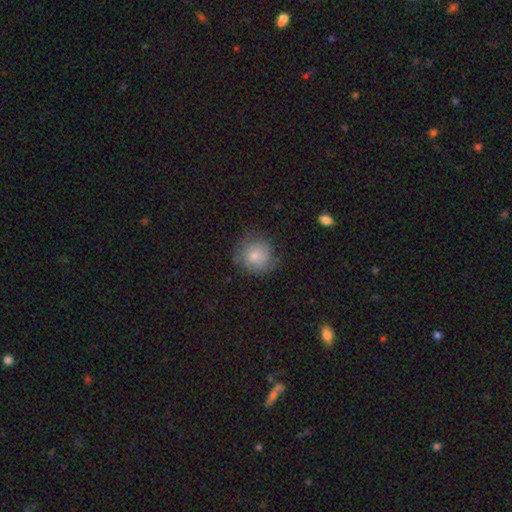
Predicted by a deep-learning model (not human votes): This is likely a smooth galaxy (78%). How rounded: clearly round (90%). Merging: likely none (69%).